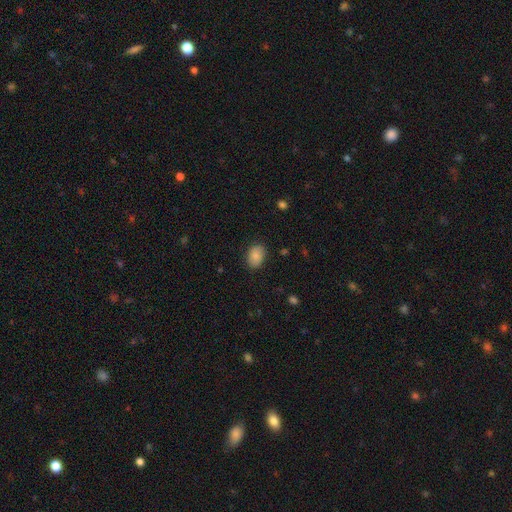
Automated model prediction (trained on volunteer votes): Smooth or featured? smooth (87%)
How rounded? in between (82%)
Merging? none (83%)